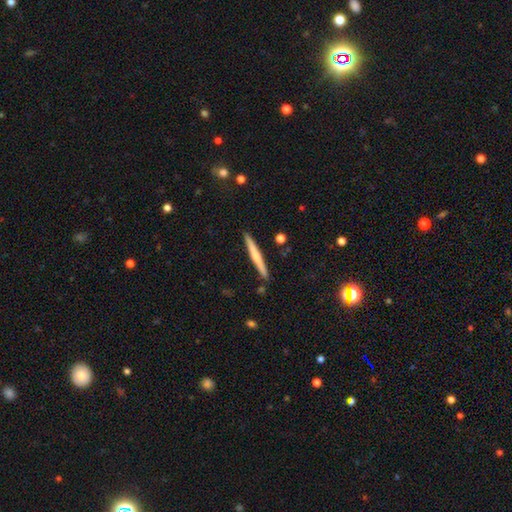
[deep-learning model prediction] smooth_or_featured: smooth (p=0.51) [alt: featured or disk p=0.44]
how_rounded: cigar-shaped (p=0.96) [alt: in between p=0.02]
merging: none (p=0.90) [alt: minor disturbance p=0.07]